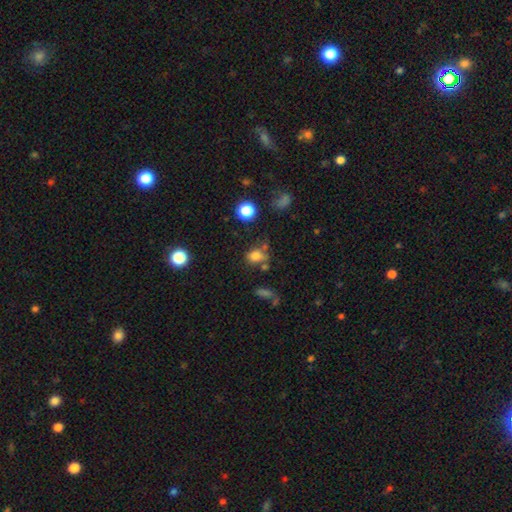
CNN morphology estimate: A smooth galaxy with no disk features (75%) that is in between round and cigar-shaped (52%).

Vote fractions:
- Smooth or featured? smooth: 75% / star or artifact: 16% / featured or disk: 9%
- How rounded? in between: 52% / round: 46% / cigar-shaped: 2%
- Merging? none: 54% / minor disturbance: 20% / merger: 17% / major disturbance: 9%